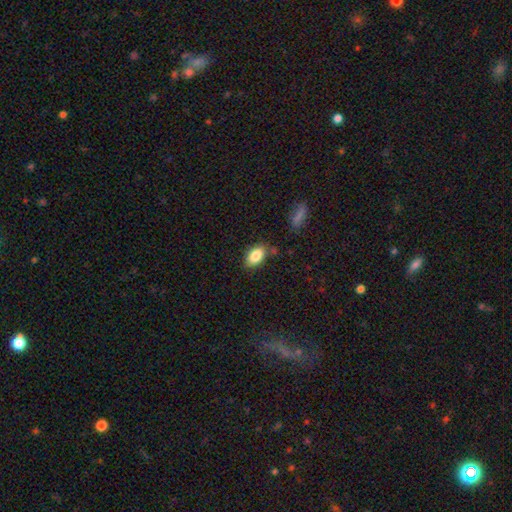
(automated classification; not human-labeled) smooth_or_featured: smooth (p=0.85) [alt: star or artifact p=0.08]
how_rounded: in between (p=0.90) [alt: round p=0.08]
merging: none (p=0.78) [alt: minor disturbance p=0.14]